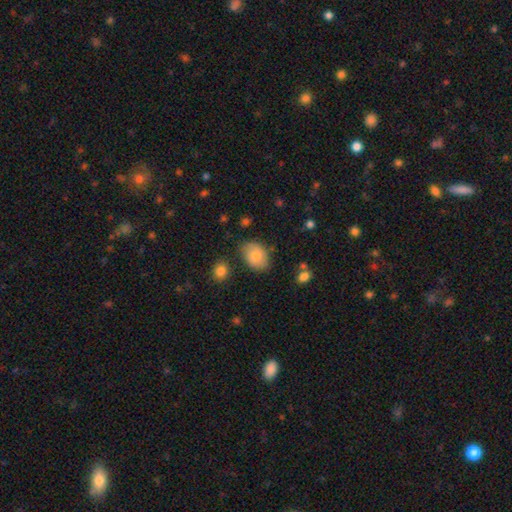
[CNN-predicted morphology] A smooth galaxy with no disk features (78%) that is in between round and cigar-shaped (78%).

Vote fractions:
- Smooth or featured? smooth: 78% / featured or disk: 15% / star or artifact: 7%
- How rounded? in between: 78% / round: 21% / cigar-shaped: 1%
- Merging? none: 75% / minor disturbance: 18% / major disturbance: 4% / merger: 3%